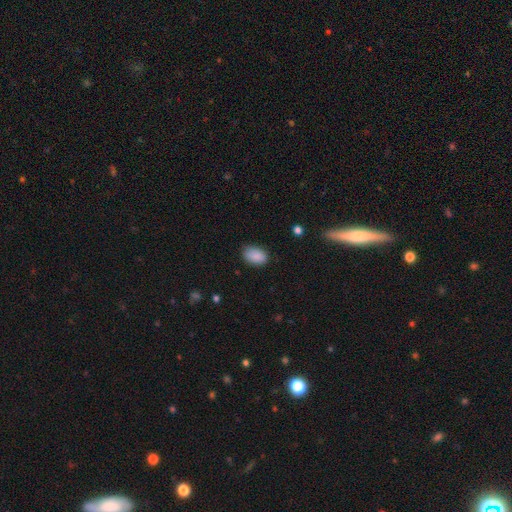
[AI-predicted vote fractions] Q: Smooth or featured?
A: smooth (89%); runner-up: star or artifact (8%)
Q: How rounded?
A: in between (87%); runner-up: round (12%)
Q: Merging?
A: none (80%); runner-up: minor disturbance (16%)